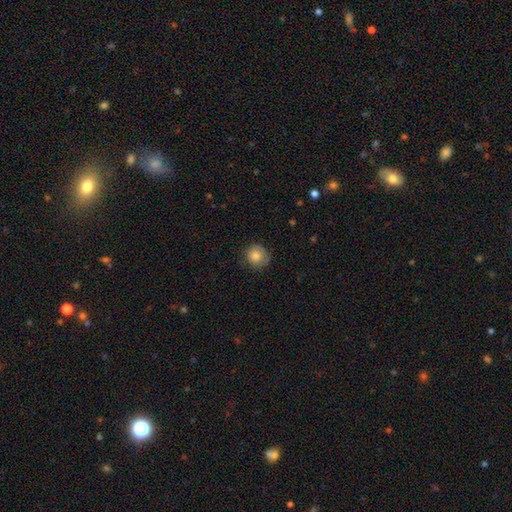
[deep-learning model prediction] Morphology: type=smooth (83%); roundness=round (90%); merging=none (74%).